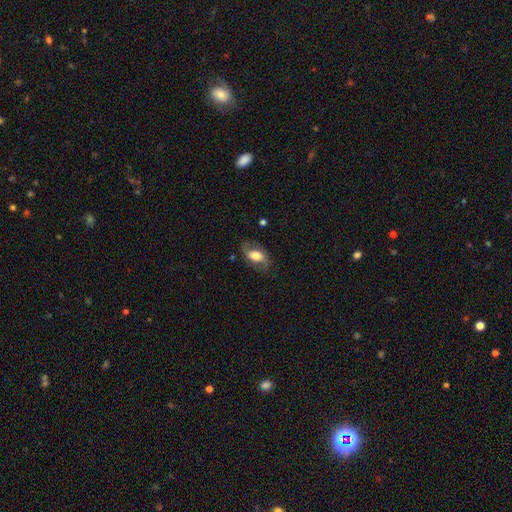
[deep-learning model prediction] Smooth or featured? smooth (48%)
Merging? none (71%)